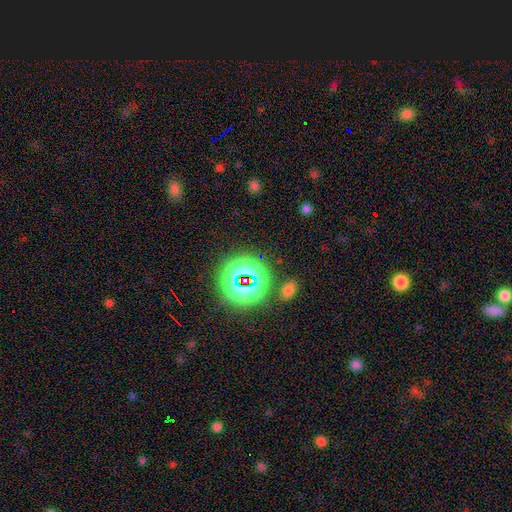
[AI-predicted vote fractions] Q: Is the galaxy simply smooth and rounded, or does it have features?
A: star or artifact — 65%.